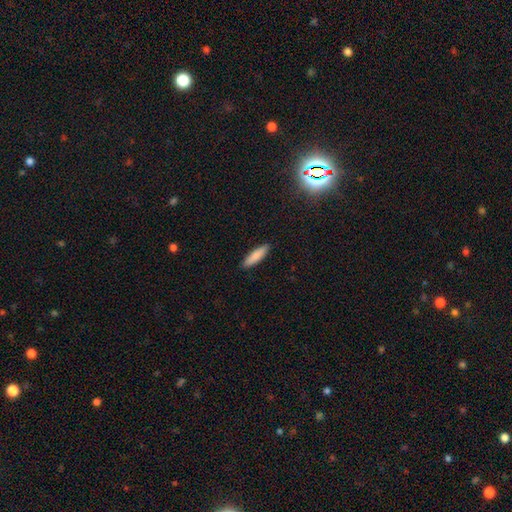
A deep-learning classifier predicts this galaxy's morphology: Smooth or featured: smooth — 85% (featured or disk — 9%)
How rounded: cigar-shaped — 72% (in between — 26%)
Merging: none — 90% (minor disturbance — 7%)